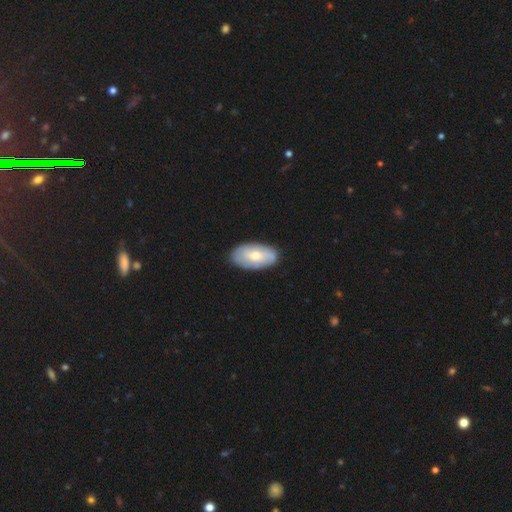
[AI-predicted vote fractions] This appears to be a smooth galaxy with no disk features (55%) that is in between round and cigar-shaped (94%). Merging: none (83%).